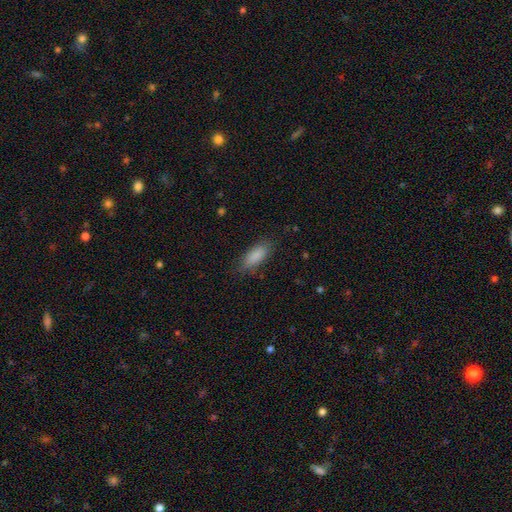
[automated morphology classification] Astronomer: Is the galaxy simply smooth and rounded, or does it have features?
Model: smooth — 88%.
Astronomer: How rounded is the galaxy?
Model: in between — 78%.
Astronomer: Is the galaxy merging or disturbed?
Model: none — 81%.